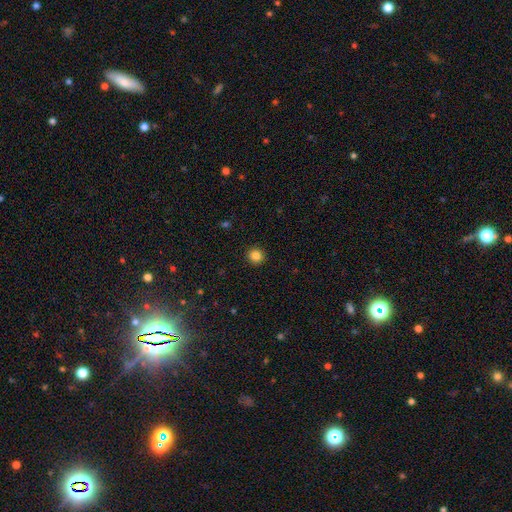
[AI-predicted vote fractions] This is clearly a smooth galaxy (85%). How rounded: clearly round (94%). Merging: clearly none (93%).